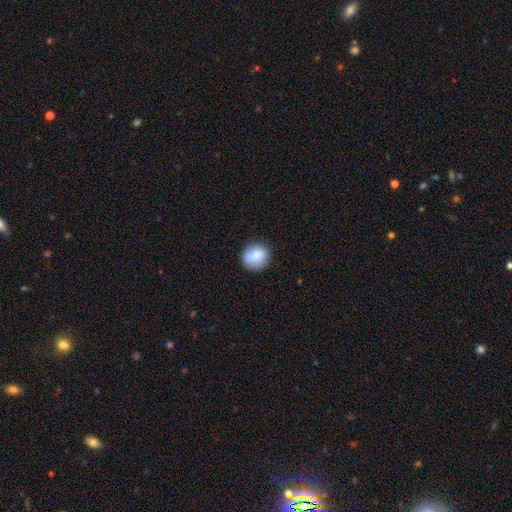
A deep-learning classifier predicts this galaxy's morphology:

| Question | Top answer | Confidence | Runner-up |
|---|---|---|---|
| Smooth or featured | smooth | 85% | star or artifact (8%) |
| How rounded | round | 81% | in between (18%) |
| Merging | none | 82% | minor disturbance (13%) |